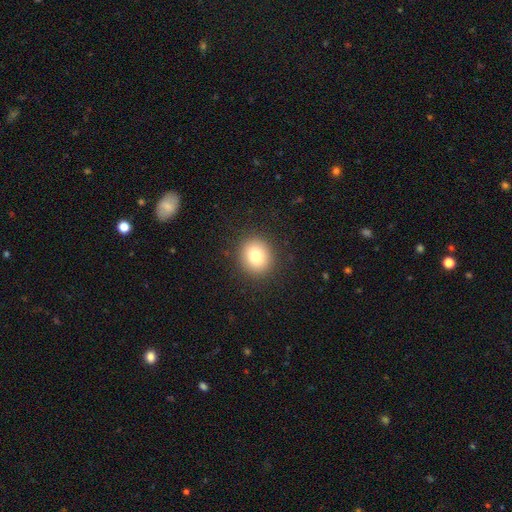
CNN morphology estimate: smooth-or-featured: smooth: 81% | star or artifact: 10% | featured or disk: 9%
  how-rounded: round: 76% | in between: 23% | cigar-shaped: 1%
  merging: none: 90% | minor disturbance: 7% | major disturbance: 2% | merger: 1%